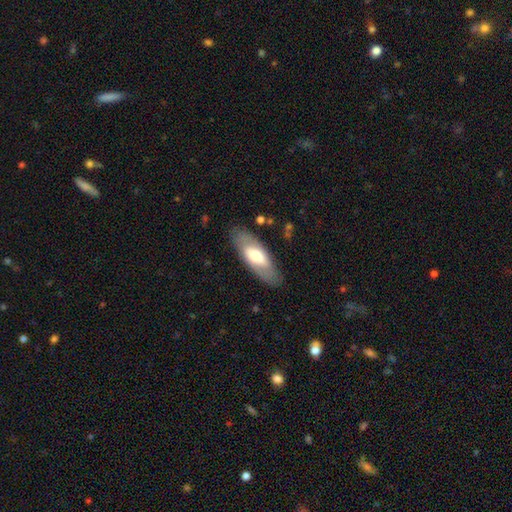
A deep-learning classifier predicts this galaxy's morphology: Smooth or featured: smooth — 52% (featured or disk — 43%)
How rounded: in between — 75% (cigar-shaped — 23%)
Merging: none — 82% (minor disturbance — 12%)